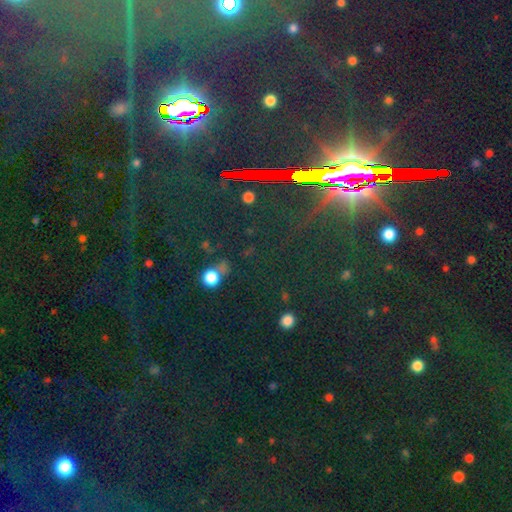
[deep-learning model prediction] Smooth or featured? Predicted: star or artifact (p=0.81).